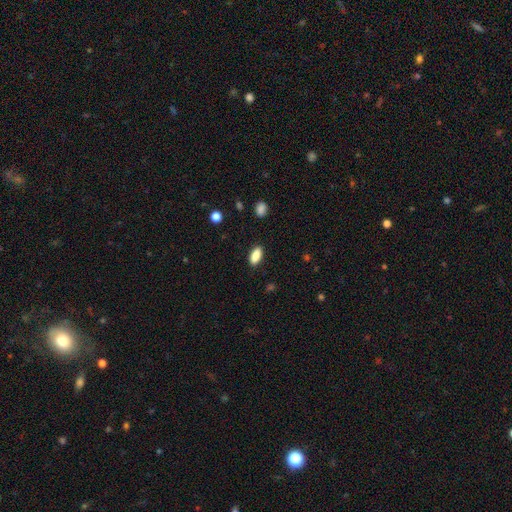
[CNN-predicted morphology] Smooth or featured? Predicted: smooth (p=0.88). How rounded? Predicted: in between (p=0.84). Merging? Predicted: none (p=0.88).